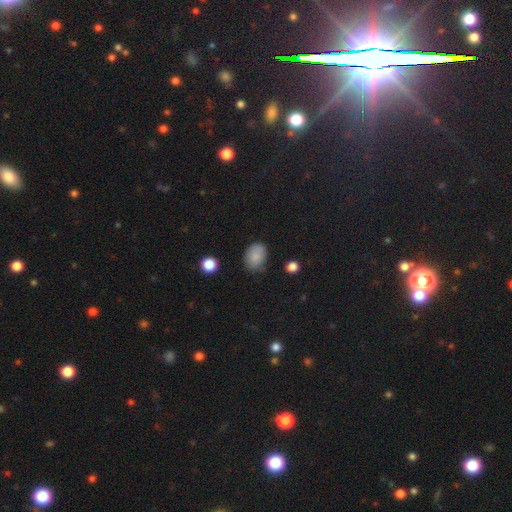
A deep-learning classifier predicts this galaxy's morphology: The model was most divided on "merging": none: 69%, minor disturbance: 24%, major disturbance: 5%, merger: 2%. More confident: smooth or featured — smooth (85%); how rounded — in between (77%).